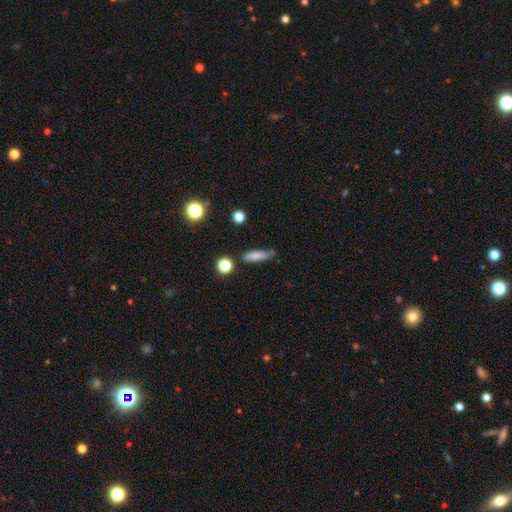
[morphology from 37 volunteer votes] smooth_or_featured: smooth (p=0.76) [alt: featured or disk p=0.22]
how_rounded: cigar-shaped (p=0.57) [alt: in between p=0.39]
merging: none (p=0.72) [alt: minor disturbance p=0.22]